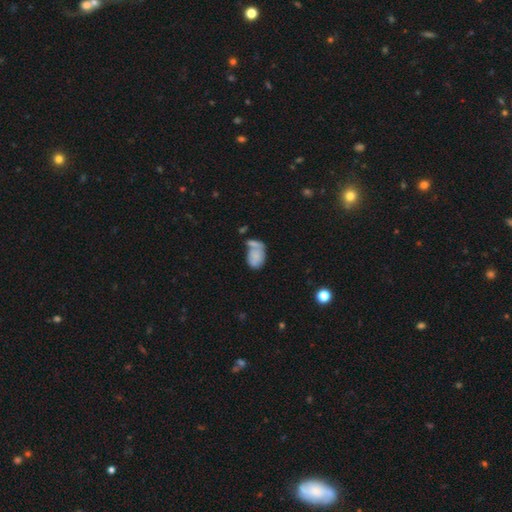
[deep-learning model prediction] Smooth or featured? smooth (67%)
How rounded? in between (83%)
Merging? merger (42%)